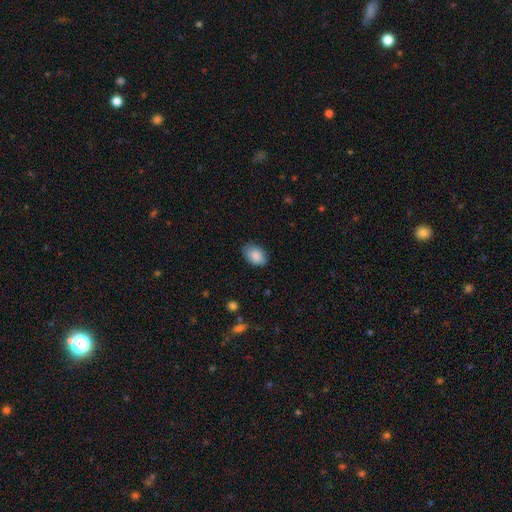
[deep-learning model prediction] smooth 87%, star or artifact 7%, featured or disk 6%. Down the decision tree: how rounded — in between (86%); merging — none (80%).